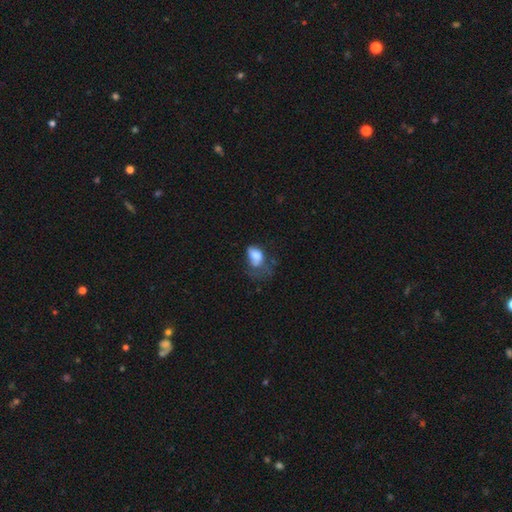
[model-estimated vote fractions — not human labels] A smooth galaxy with no disk features (71%) that is in between round and cigar-shaped (84%).

Vote fractions:
- Smooth or featured? smooth: 71% / featured or disk: 20% / star or artifact: 9%
- How rounded? in between: 84% / round: 14% / cigar-shaped: 2%
- Merging? major disturbance: 52% / minor disturbance: 24% / none: 18% / merger: 5%